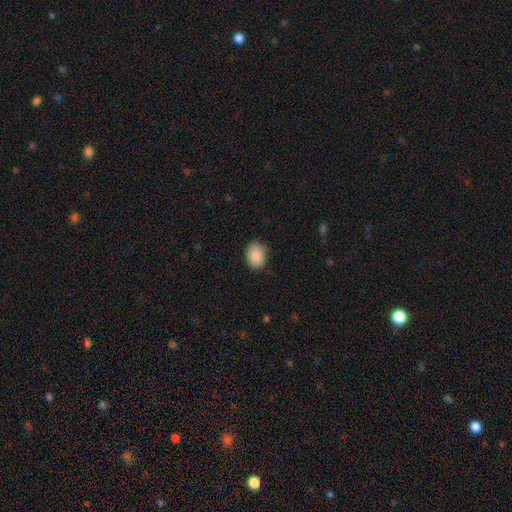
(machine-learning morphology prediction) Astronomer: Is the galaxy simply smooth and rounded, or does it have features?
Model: smooth — 88%.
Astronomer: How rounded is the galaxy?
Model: in between — 62%.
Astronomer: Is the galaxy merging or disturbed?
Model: none — 81%.